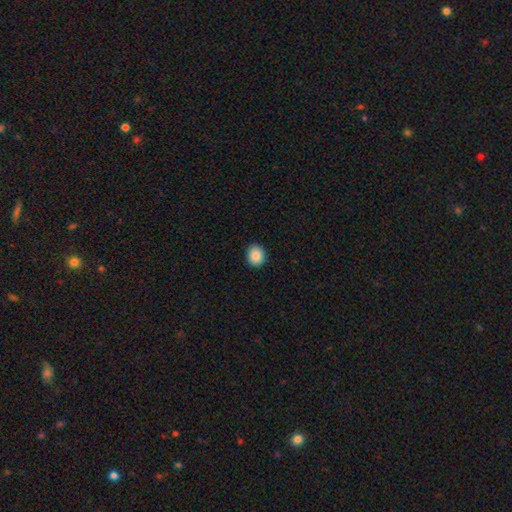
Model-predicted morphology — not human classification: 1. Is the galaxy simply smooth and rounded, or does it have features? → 88% smooth, 8% star or artifact, 4% featured or disk.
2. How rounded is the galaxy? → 62% round, 37% in between, 1% cigar-shaped.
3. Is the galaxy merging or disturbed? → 90% none, 7% minor disturbance, 2% major disturbance, 1% merger.